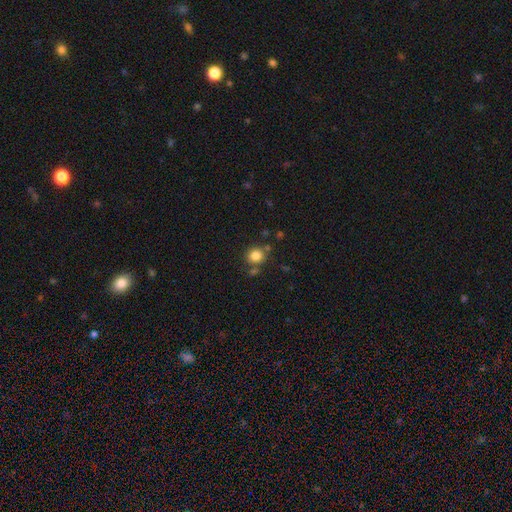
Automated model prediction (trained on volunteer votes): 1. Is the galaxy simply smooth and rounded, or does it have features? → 83% smooth, 11% star or artifact, 6% featured or disk.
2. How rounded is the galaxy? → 80% round, 19% in between, 1% cigar-shaped.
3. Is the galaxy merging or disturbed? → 74% none, 12% minor disturbance, 10% merger, 4% major disturbance.